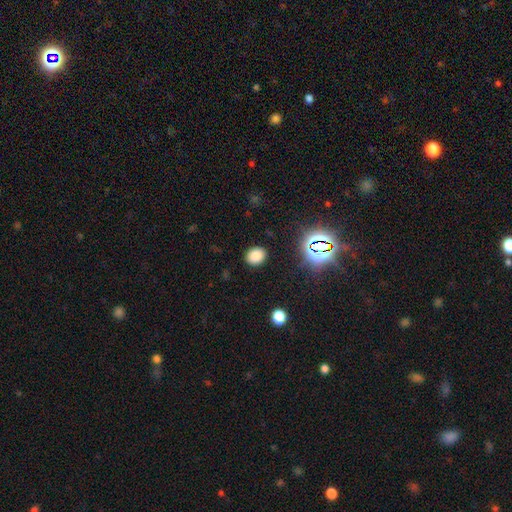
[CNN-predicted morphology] smooth 79%, star or artifact 16%, featured or disk 5%. Down the decision tree: how rounded — round (54%); merging — none (89%).